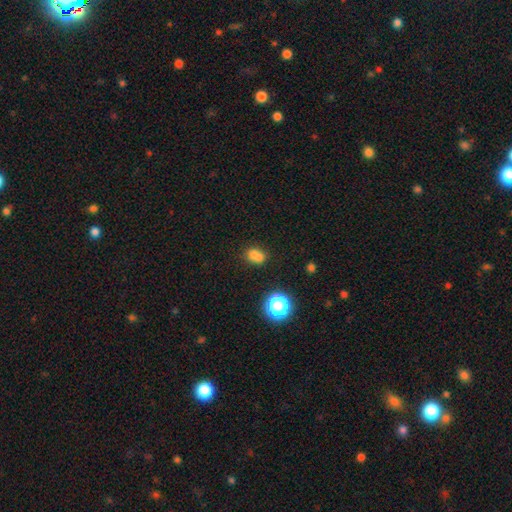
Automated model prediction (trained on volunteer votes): Smooth or featured?
  - smooth: 74% *
  - star or artifact: 15%
  - featured or disk: 11%
How rounded?
  - round: 52% *
  - in between: 46%
  - cigar-shaped: 2%
Merging?
  - none: 43% *
  - merger: 39%
  - minor disturbance: 12%
  - major disturbance: 5%